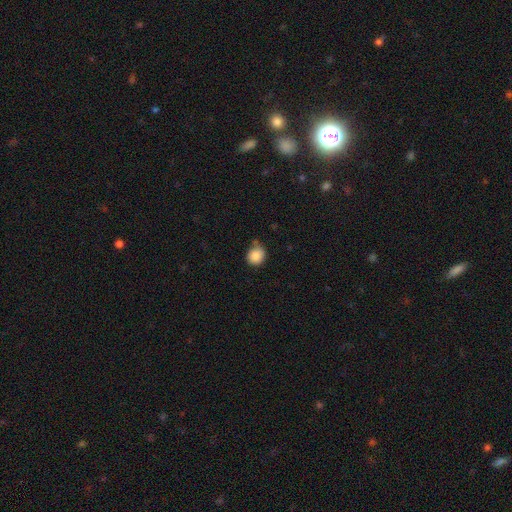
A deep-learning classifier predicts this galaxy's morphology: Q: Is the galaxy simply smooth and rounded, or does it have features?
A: smooth — 87%.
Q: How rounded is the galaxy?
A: round — 82%.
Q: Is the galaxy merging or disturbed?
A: none — 68%.